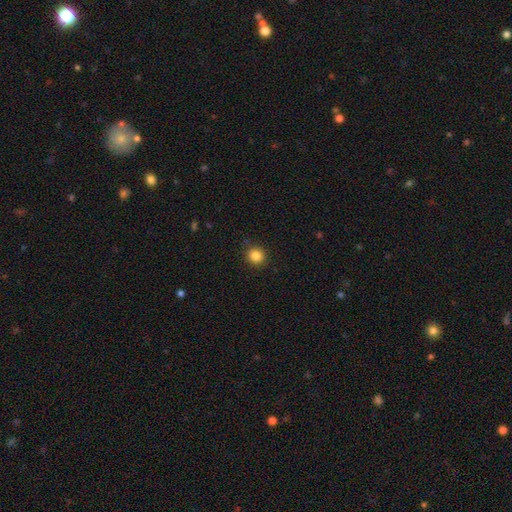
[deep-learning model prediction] Q: Smooth or featured?
A: smooth (85%); runner-up: star or artifact (11%)
Q: How rounded?
A: round (90%); runner-up: in between (9%)
Q: Merging?
A: none (89%); runner-up: minor disturbance (7%)